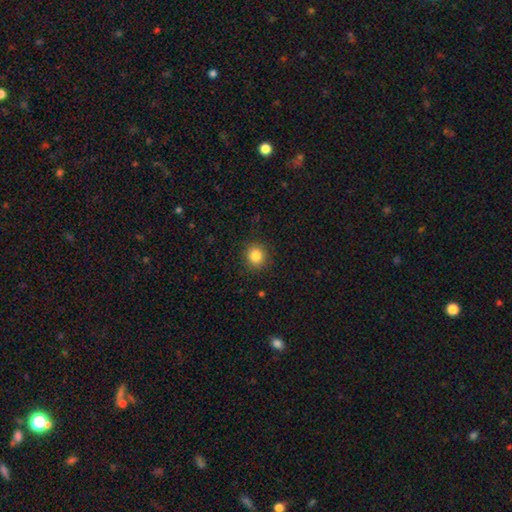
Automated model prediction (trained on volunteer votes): A smooth galaxy with no disk features (85%) that is round (88%).

Vote fractions:
- Smooth or featured? smooth: 85% / star or artifact: 10% / featured or disk: 4%
- How rounded? round: 88% / in between: 11% / cigar-shaped: 1%
- Merging? none: 90% / minor disturbance: 7% / major disturbance: 2% / merger: 1%